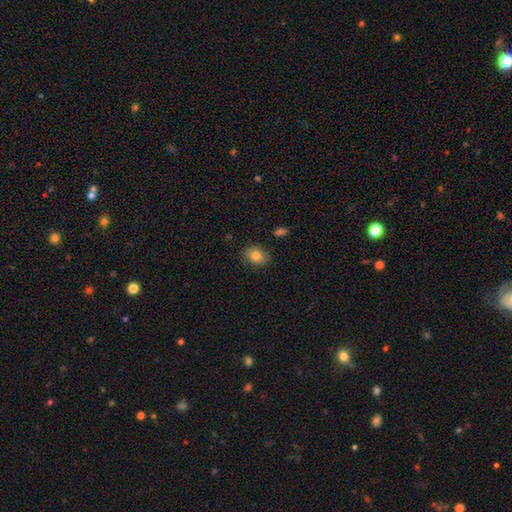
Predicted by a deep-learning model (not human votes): Smooth or featured? smooth (82%)
How rounded? in between (55%)
Merging? none (84%)